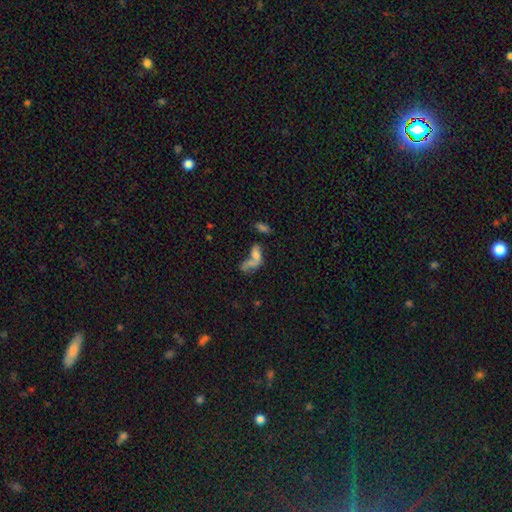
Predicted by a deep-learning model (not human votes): This is possibly a smooth galaxy (53%). How rounded: likely in between (77%). Merging: possibly merger (52%).